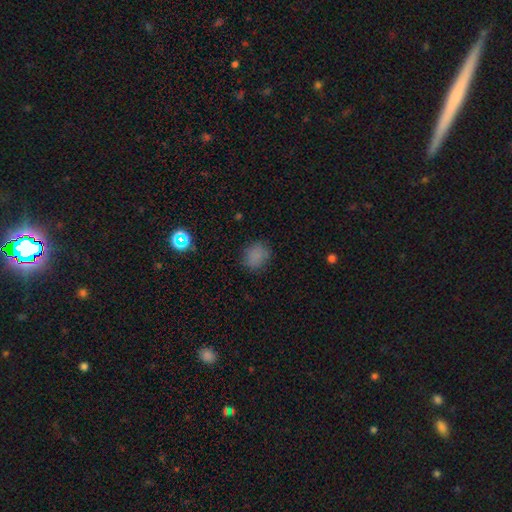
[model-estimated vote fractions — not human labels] Overall: smooth (79%). How rounded: round (75%). Merging: none (81%).